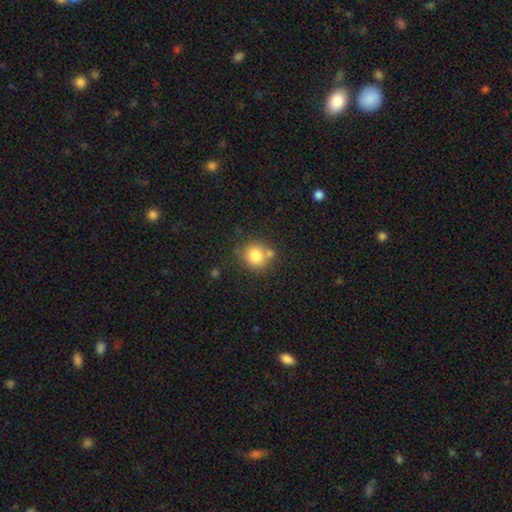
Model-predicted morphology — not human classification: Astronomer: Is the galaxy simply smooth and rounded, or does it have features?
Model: smooth — 80%.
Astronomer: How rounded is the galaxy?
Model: round — 86%.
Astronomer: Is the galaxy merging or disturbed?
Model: none — 63%.